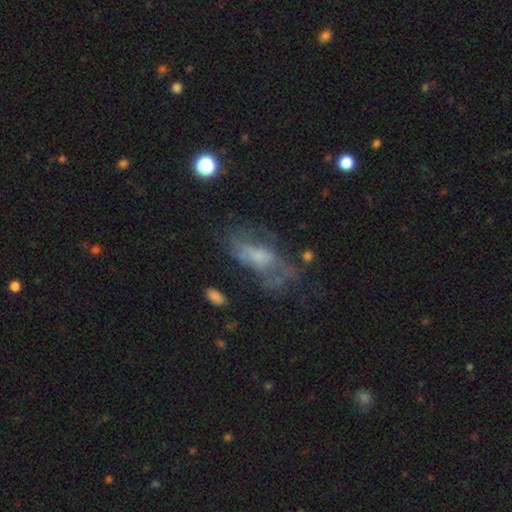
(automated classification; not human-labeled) A featured or disk galaxy (49%). Merging: none (38%).